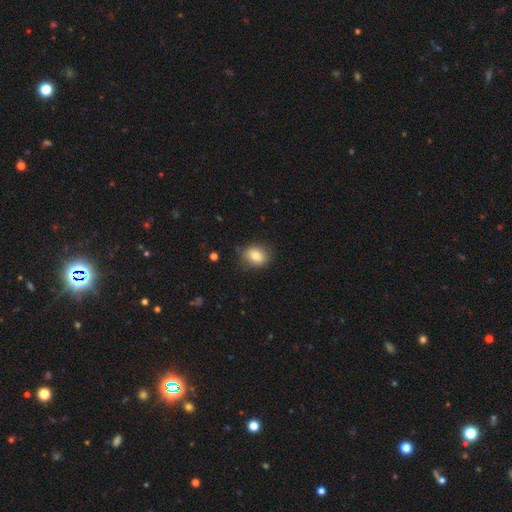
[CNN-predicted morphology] A smooth galaxy with no disk features (80%) that is in between round and cigar-shaped (53%). Merging: none (78%).